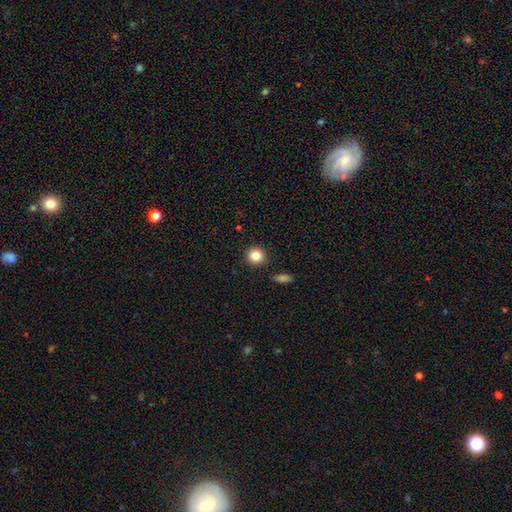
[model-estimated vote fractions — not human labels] This appears to be a smooth galaxy with no disk features (84%) that is round (91%). Merging: none (90%).